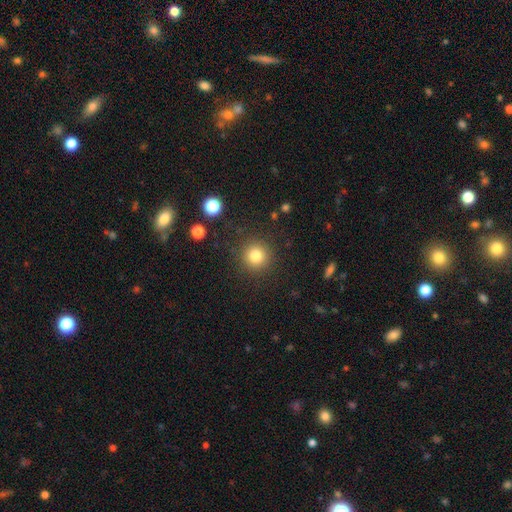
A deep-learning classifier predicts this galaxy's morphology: smooth 81%, star or artifact 12%, featured or disk 7%. Down the decision tree: how rounded — round (94%); merging — none (89%).